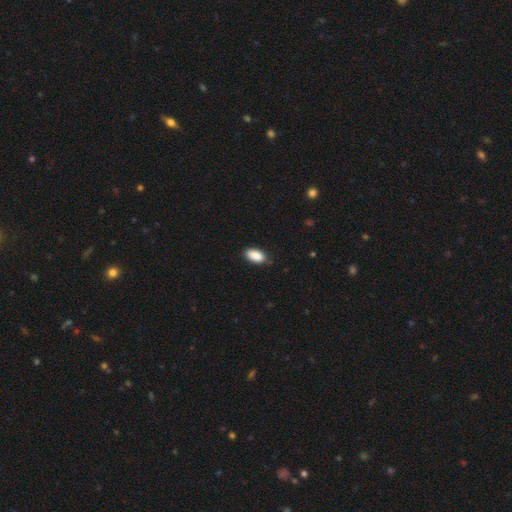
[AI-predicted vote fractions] Smooth or featured? smooth (90%)
How rounded? in between (93%)
Merging? none (82%)